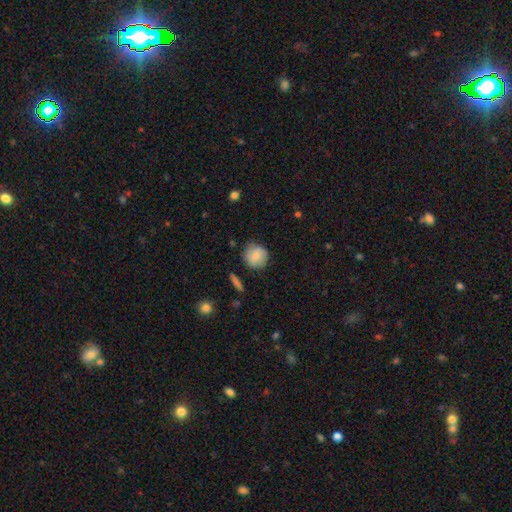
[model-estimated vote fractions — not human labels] A smooth galaxy with no disk features (70%) that is round (91%).

Vote fractions:
- Smooth or featured? smooth: 70% / featured or disk: 22% / star or artifact: 7%
- How rounded? round: 91% / in between: 8% / cigar-shaped: 1%
- Merging? none: 76% / minor disturbance: 18% / major disturbance: 4% / merger: 2%